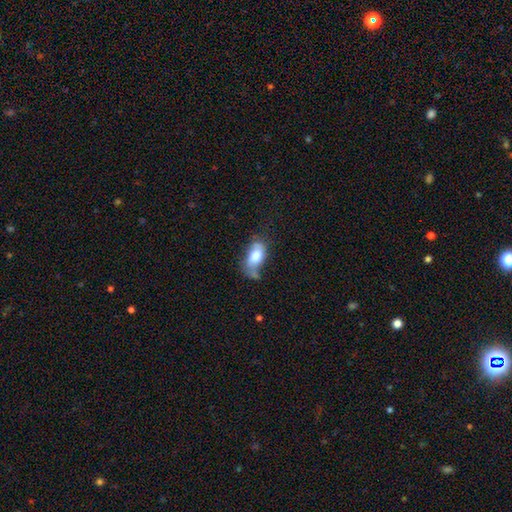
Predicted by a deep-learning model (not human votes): smooth 70%, featured or disk 23%, star or artifact 7%. Down the decision tree: how rounded — in between (89%); merging — none (35%).